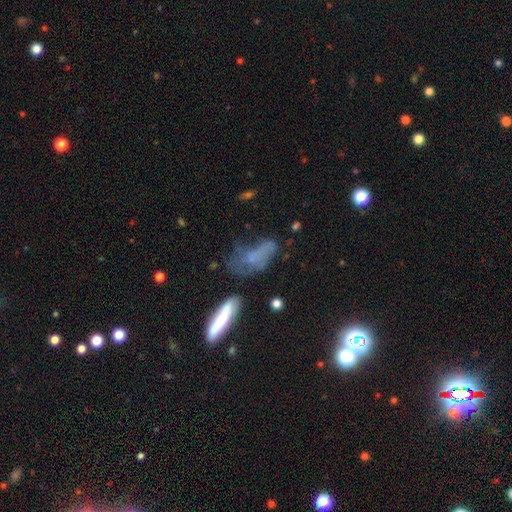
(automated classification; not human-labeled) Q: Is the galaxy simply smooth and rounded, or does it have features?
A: smooth — 48%.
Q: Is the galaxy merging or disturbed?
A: none — 35%.